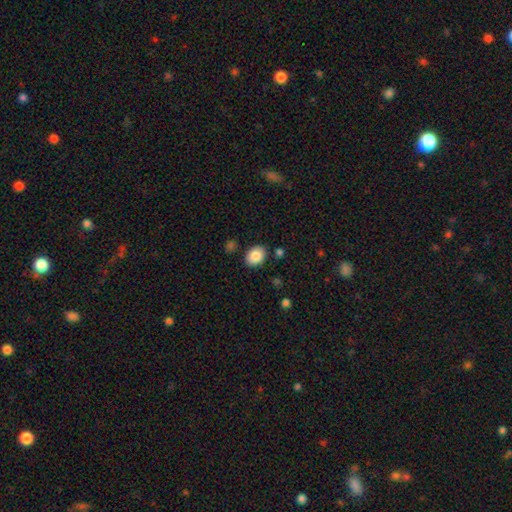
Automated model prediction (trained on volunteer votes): This is clearly a smooth galaxy (86%). How rounded: likely in between (70%). Merging: clearly none (85%).